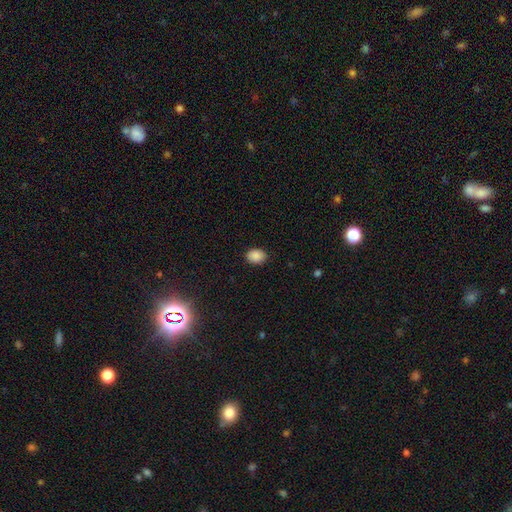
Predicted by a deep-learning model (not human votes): Smooth or featured? Predicted: smooth (p=0.89). How rounded? Predicted: in between (p=0.69). Merging? Predicted: none (p=0.86).